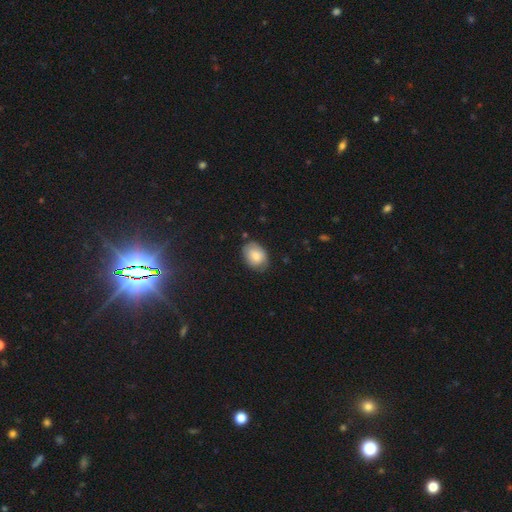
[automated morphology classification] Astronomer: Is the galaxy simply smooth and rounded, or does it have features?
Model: smooth — 78%.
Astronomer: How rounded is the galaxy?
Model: in between — 77%.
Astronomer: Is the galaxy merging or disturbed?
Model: none — 74%.